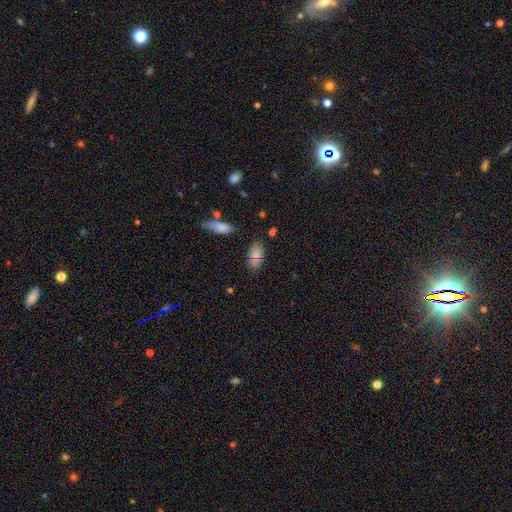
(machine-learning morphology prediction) Overall: smooth (80%). How rounded: in between (92%). Merging: none (77%).